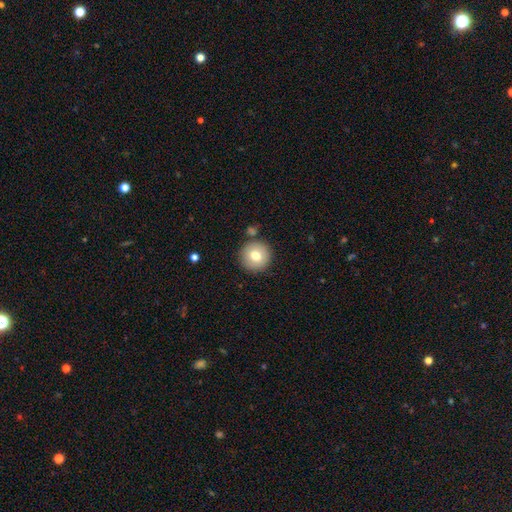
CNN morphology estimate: Smooth or featured? Predicted: smooth (p=0.76). How rounded? Predicted: round (p=0.95). Merging? Predicted: none (p=0.84).